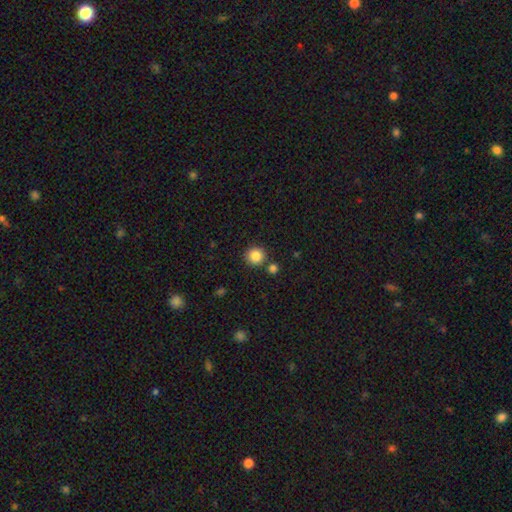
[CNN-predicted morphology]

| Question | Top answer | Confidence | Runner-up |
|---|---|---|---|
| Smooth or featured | smooth | 84% | star or artifact (11%) |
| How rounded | round | 93% | in between (6%) |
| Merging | none | 81% | merger (9%) |